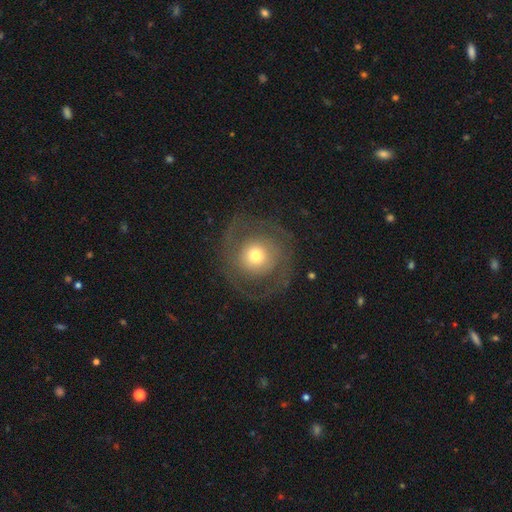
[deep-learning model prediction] smooth_or_featured: featured or disk (p=0.57) [alt: smooth p=0.35]
disk_edge_on: no (p=0.96) [alt: yes p=0.04]
bar: no (p=0.81) [alt: weak p=0.14]
has_spiral_arms: yes (p=0.66) [alt: no p=0.34]
bulge_size: moderate (p=0.57) [alt: small p=0.25]
merging: none (p=0.75) [alt: major disturbance p=0.12]